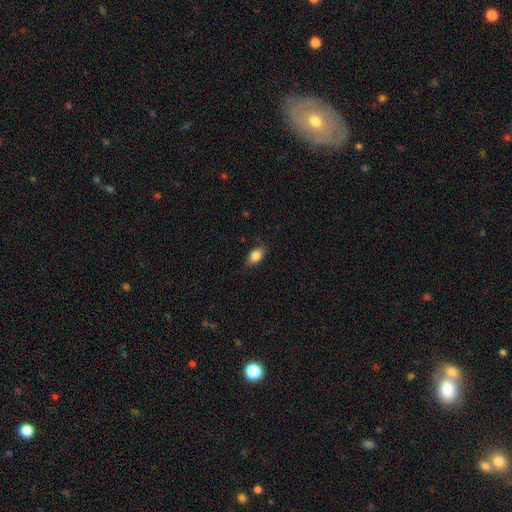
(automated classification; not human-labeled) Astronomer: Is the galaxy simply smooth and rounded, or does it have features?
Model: smooth — 84%.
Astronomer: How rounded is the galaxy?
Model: in between — 86%.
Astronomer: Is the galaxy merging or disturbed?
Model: none — 78%.